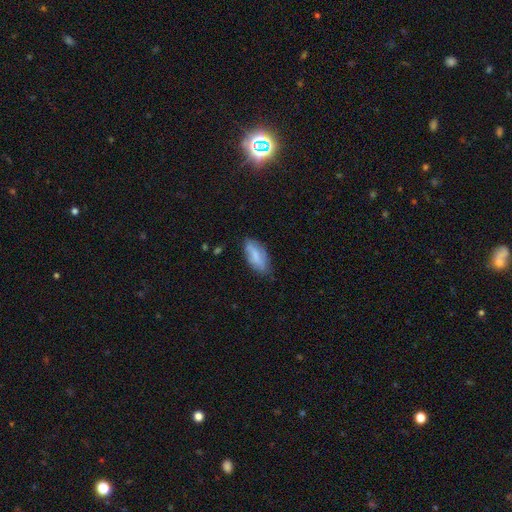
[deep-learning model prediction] smooth-or-featured: smooth: 69% | featured or disk: 24% | star or artifact: 7%
  how-rounded: in between: 85% | cigar-shaped: 13% | round: 2%
  merging: none: 68% | minor disturbance: 25% | major disturbance: 5% | merger: 2%